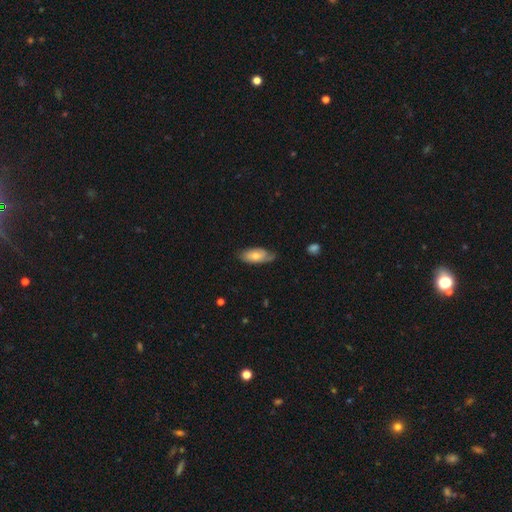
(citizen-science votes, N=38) A featured or disk galaxy (47%) with no bar (80%), 1 (45%) medium (45%) spiral arms (73%) and a moderate central bulge (73%). Merging: none (69%).